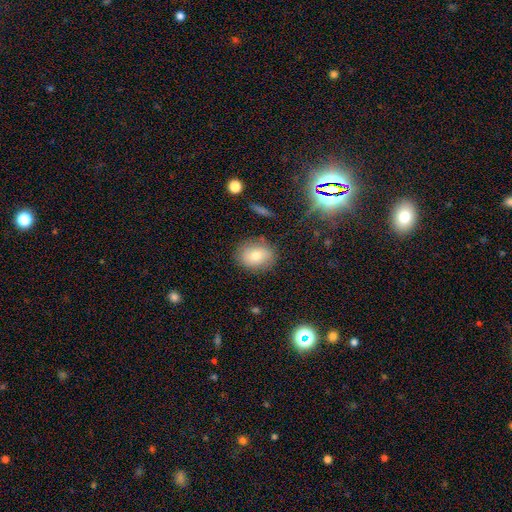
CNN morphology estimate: A smooth galaxy with no disk features (75%) that is round (51%).

Vote fractions:
- Smooth or featured? smooth: 75% / featured or disk: 15% / star or artifact: 10%
- How rounded? round: 51% / in between: 48% / cigar-shaped: 1%
- Merging? none: 83% / minor disturbance: 12% / major disturbance: 3% / merger: 2%